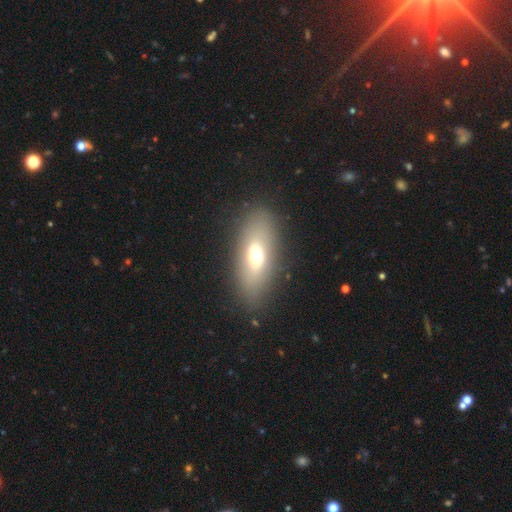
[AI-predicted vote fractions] Smooth or featured: smooth — 59% (featured or disk — 31%)
How rounded: in between — 78% (cigar-shaped — 15%)
Merging: none — 84% (minor disturbance — 10%)